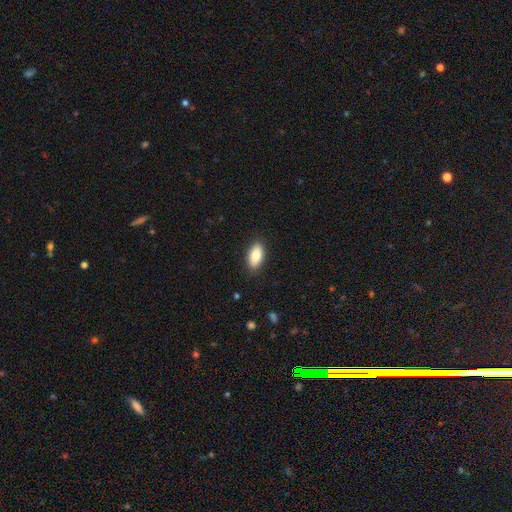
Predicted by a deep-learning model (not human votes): Smooth or featured: smooth — 82% (featured or disk — 12%)
How rounded: in between — 91% (cigar-shaped — 6%)
Merging: none — 89% (minor disturbance — 8%)